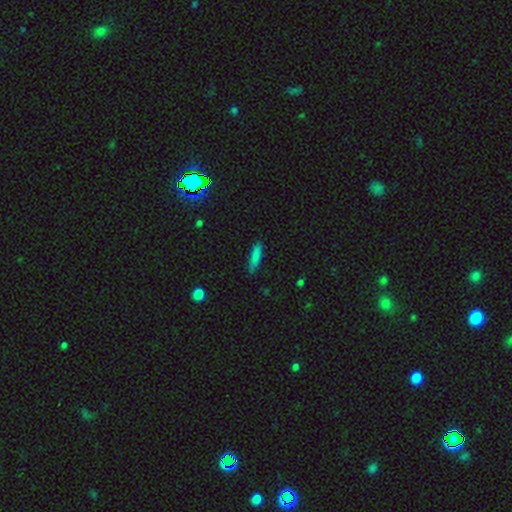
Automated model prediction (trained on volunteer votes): Smooth or featured? smooth (81%)
How rounded? cigar-shaped (71%)
Merging? none (82%)